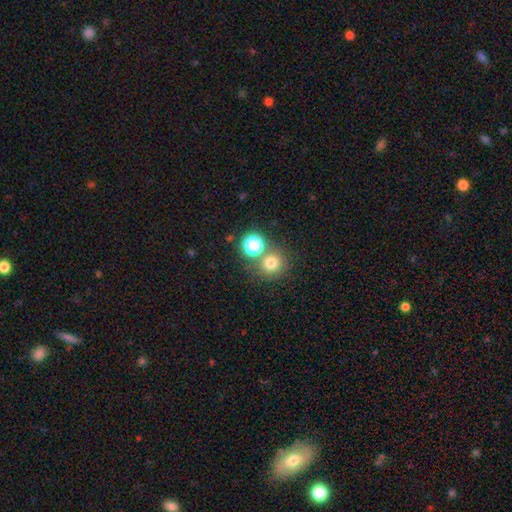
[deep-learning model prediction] Overall: smooth (56%; star or artifact 34%). How rounded: round (85%). Merging: none (63%; merger 26%).